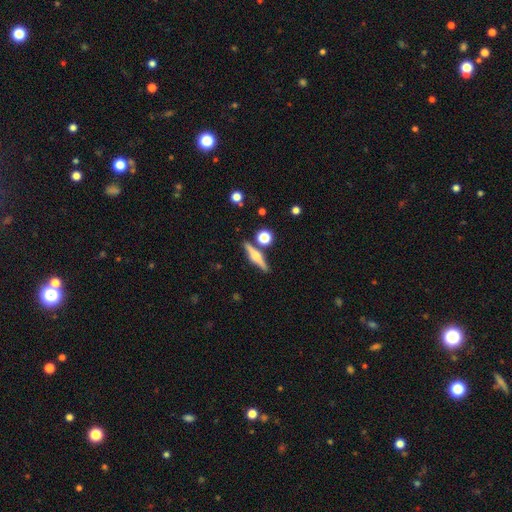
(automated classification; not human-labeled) Smooth or featured? featured or disk (64%)
Edge-on disk? yes (97%)
Edge-on bulge? rounded (86%)
Merging? none (83%)